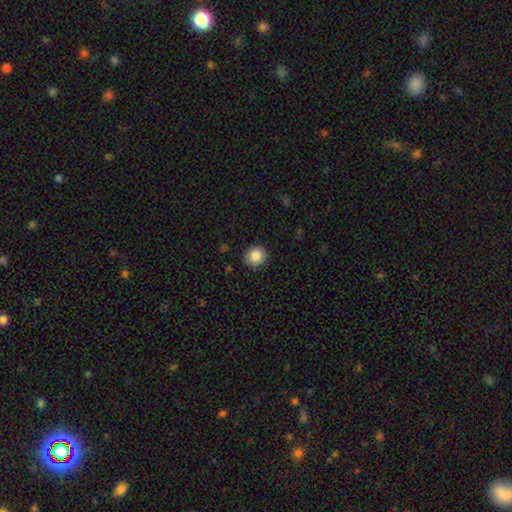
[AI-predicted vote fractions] smooth 87%, star or artifact 9%, featured or disk 5%. Down the decision tree: how rounded — round (85%); merging — none (89%).